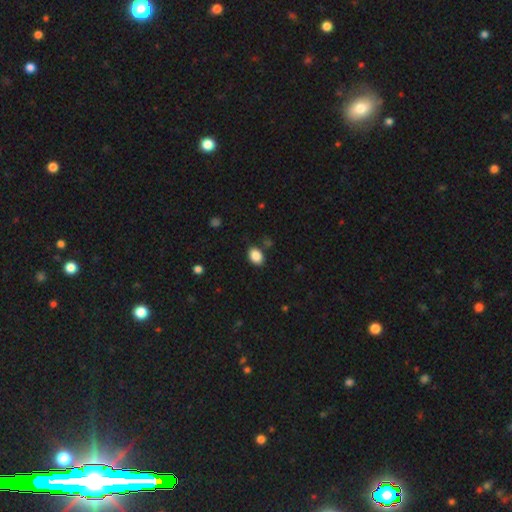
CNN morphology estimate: A smooth galaxy with no disk features (87%) that is in between round and cigar-shaped (76%). Merging: none (83%).